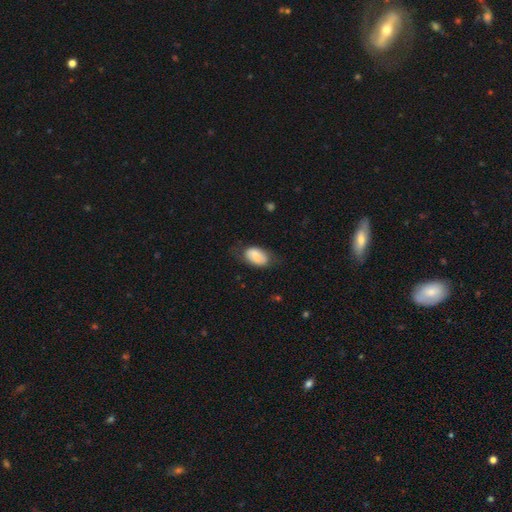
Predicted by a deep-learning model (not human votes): Smooth or featured? Predicted: smooth (p=0.75). How rounded? Predicted: in between (p=0.90). Merging? Predicted: none (p=0.58).